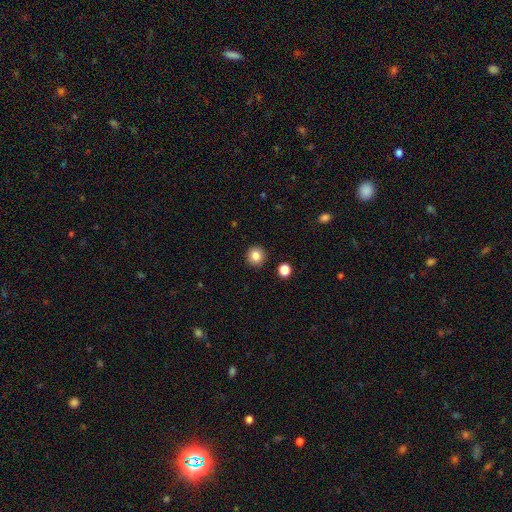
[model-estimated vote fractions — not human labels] smooth-or-featured: smooth: 85% | star or artifact: 10% | featured or disk: 5%
  how-rounded: round: 93% | in between: 6% | cigar-shaped: 1%
  merging: none: 92% | minor disturbance: 5% | major disturbance: 2% | merger: 1%